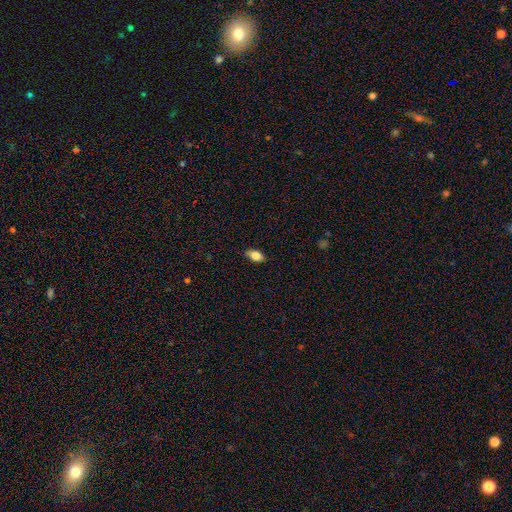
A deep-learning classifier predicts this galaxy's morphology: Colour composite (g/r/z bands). It shows a smooth galaxy with no disk features (82%) that is in between round and cigar-shaped (89%). Merging: none (82%).